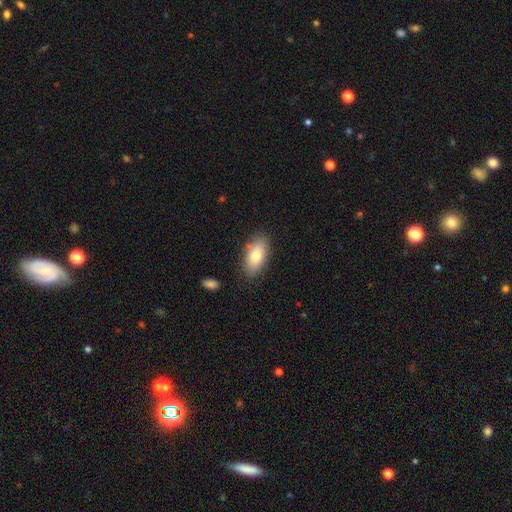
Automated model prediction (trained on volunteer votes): Morphology: type=smooth (77%); roundness=in between (91%); merging=none (84%).